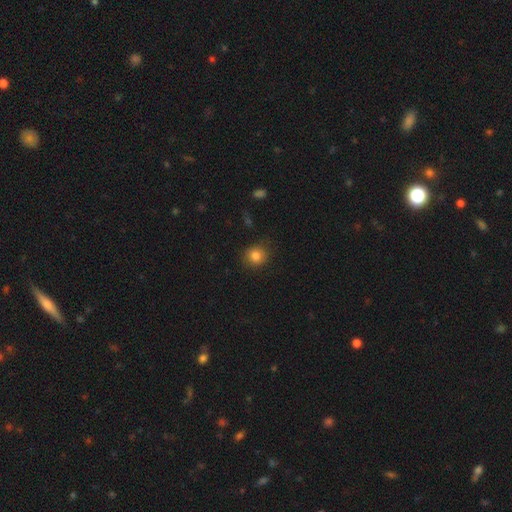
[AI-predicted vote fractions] Smooth or featured? smooth (83%)
How rounded? round (81%)
Merging? none (85%)